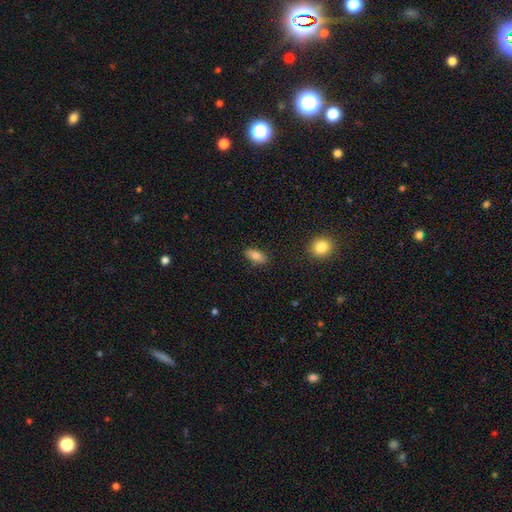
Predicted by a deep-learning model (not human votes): Smooth or featured?
  - smooth: 76% *
  - featured or disk: 16%
  - star or artifact: 8%
How rounded?
  - in between: 84% *
  - cigar-shaped: 12%
  - round: 4%
Merging?
  - none: 87% *
  - minor disturbance: 10%
  - major disturbance: 2%
  - merger: 2%